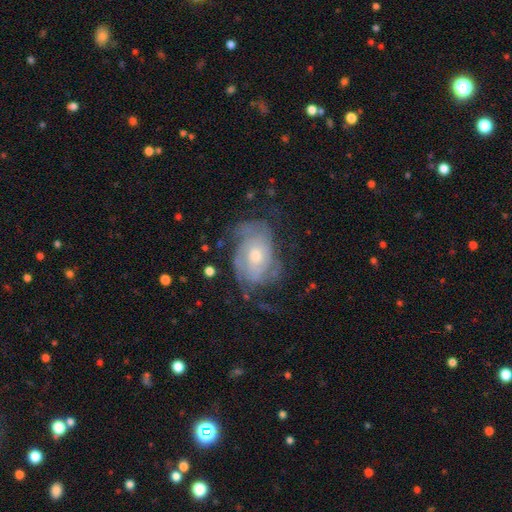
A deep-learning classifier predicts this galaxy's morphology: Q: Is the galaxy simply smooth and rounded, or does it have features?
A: featured or disk — 78%.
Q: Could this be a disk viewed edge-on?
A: no — 96%.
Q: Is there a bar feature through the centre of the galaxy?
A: no — 72%.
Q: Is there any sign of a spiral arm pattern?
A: yes — 88%.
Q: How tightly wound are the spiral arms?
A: tight — 57%.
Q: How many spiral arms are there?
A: can't tell — 44%.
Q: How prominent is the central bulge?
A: moderate — 62%.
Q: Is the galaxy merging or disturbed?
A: none — 60%.